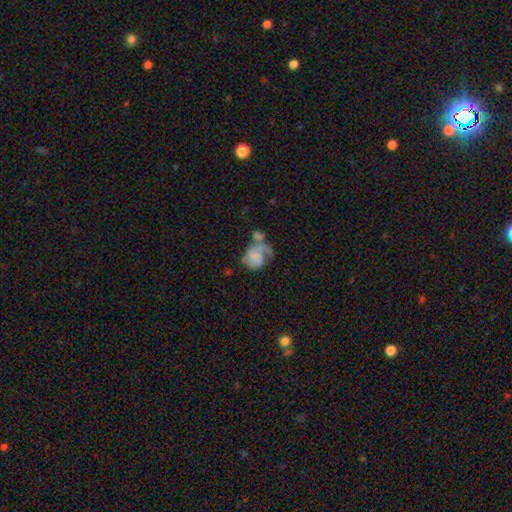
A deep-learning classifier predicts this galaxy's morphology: smooth-or-featured: featured or disk: 51% | smooth: 40% | star or artifact: 8%
  disk-edge-on: no: 98% | yes: 2%
    bar: no: 73% | weak: 22% | strong: 5%
    has-spiral-arms: yes: 74% | no: 26%
    bulge-size: none: 60% | small: 21% | moderate: 11% | large: 5% | dominant: 3%
  merging: major disturbance: 38% | merger: 23% | none: 23% | minor disturbance: 17%